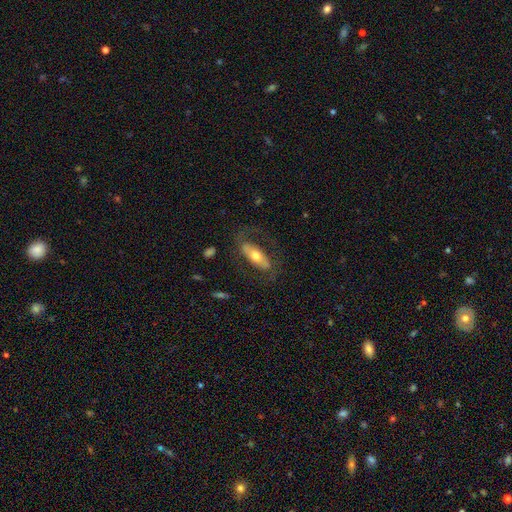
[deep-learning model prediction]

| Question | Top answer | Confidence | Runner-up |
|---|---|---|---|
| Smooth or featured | featured or disk | 53% | smooth (41%) |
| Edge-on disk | no | 77% | yes (23%) |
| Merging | none | 69% | minor disturbance (16%) |